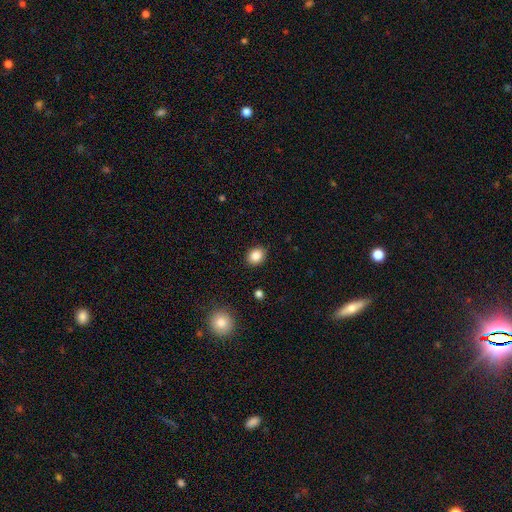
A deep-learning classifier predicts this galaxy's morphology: This is clearly a smooth galaxy (85%). How rounded: possibly round (55%). Merging: clearly none (90%).